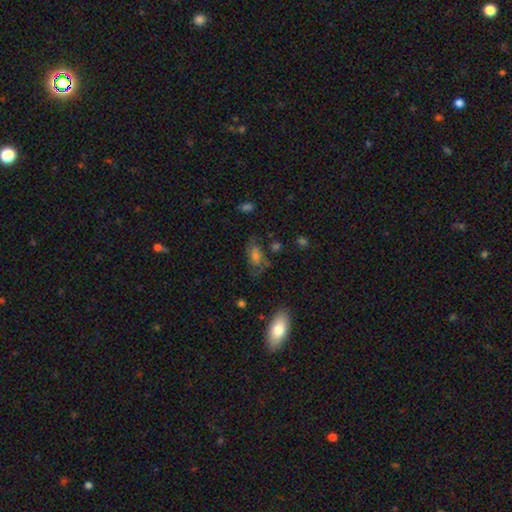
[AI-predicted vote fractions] smooth-or-featured: smooth: 51% | featured or disk: 32% | star or artifact: 17%
  how-rounded: in between: 85% | round: 9% | cigar-shaped: 6%
  merging: none: 59% | minor disturbance: 23% | major disturbance: 14% | merger: 5%